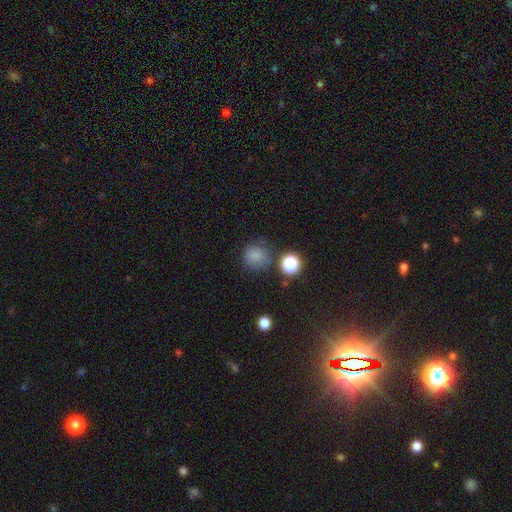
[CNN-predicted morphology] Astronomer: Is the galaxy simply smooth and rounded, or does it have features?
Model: smooth — 77%.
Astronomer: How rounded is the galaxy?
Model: round — 90%.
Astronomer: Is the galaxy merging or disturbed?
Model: none — 71%.